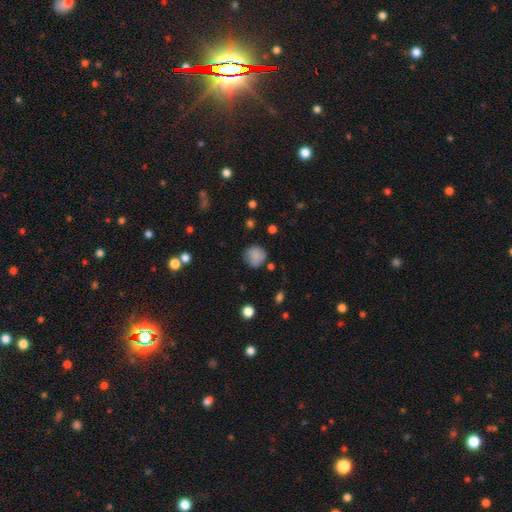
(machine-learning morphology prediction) This is clearly a smooth galaxy (82%). How rounded: clearly round (90%). Merging: likely none (74%).